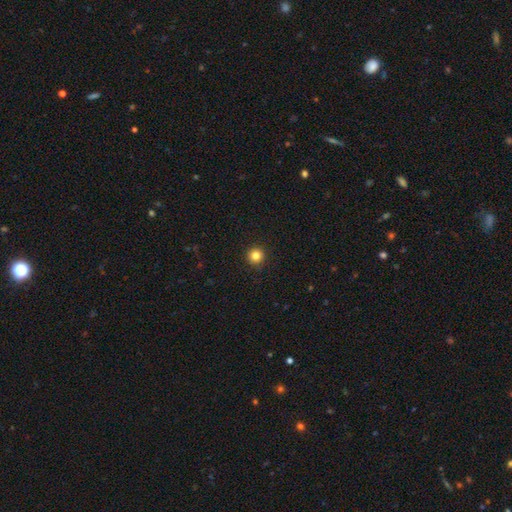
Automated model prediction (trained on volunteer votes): Morphology: type=smooth (83%); roundness=round (96%); merging=none (93%).